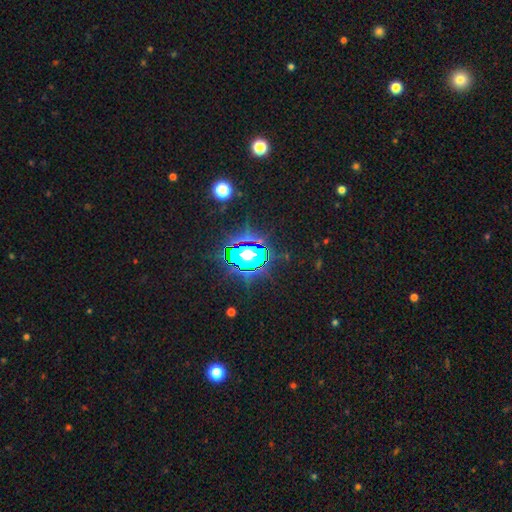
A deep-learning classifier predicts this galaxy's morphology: star or artifact 79%, smooth 12%, featured or disk 8%.